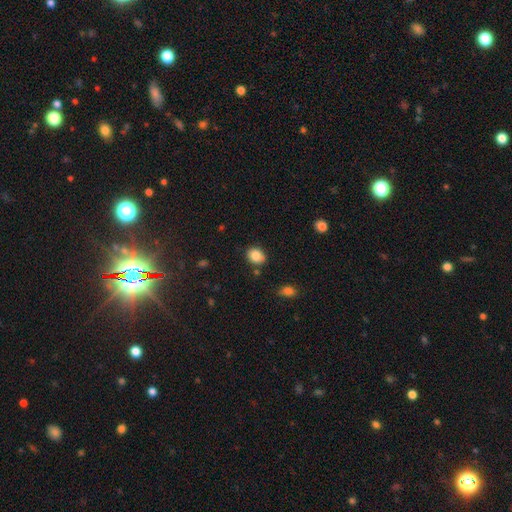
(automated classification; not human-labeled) Smooth or featured? smooth (85%)
How rounded? in between (52%)
Merging? none (81%)